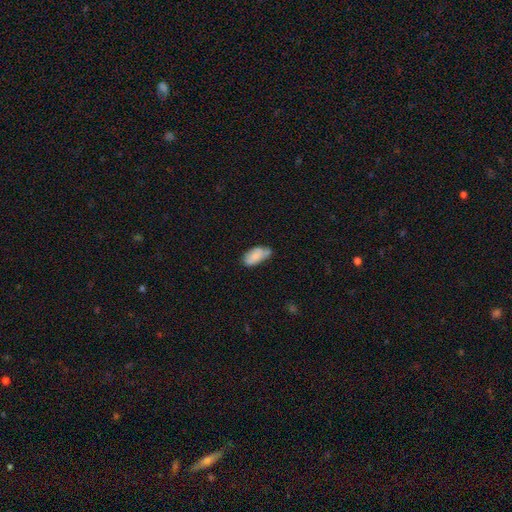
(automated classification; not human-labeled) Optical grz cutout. It shows a smooth galaxy with no disk features (82%) that is in between round and cigar-shaped (93%). Merging: none (47%).